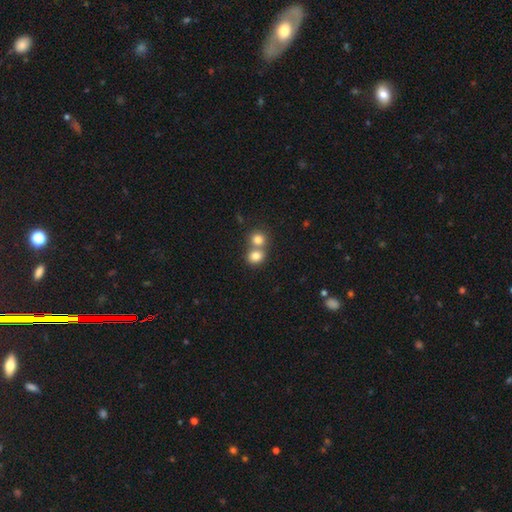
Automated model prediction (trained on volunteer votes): Overall: smooth (80%). How rounded: round (75%). Merging: merger (54%; none 38%).